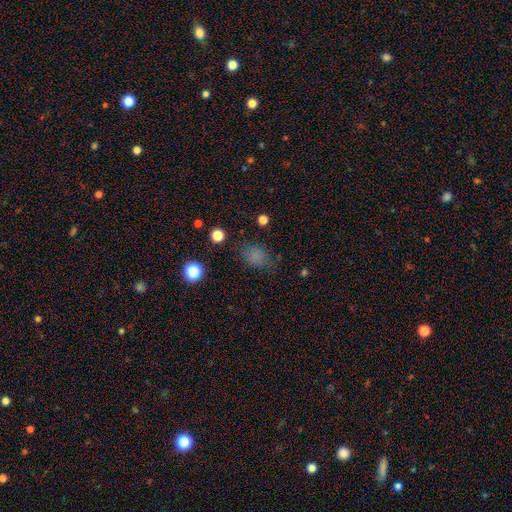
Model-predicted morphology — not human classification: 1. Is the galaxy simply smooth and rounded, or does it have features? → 77% smooth, 17% star or artifact, 7% featured or disk.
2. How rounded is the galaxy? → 66% in between, 32% round, 2% cigar-shaped.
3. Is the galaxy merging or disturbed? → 70% none, 20% minor disturbance, 8% major disturbance, 2% merger.